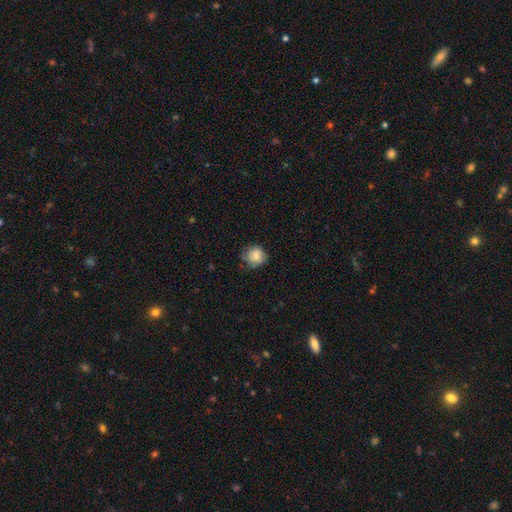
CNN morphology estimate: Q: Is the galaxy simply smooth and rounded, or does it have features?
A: smooth — 83%.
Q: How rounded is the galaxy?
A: round — 85%.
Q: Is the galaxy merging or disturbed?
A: none — 66%.